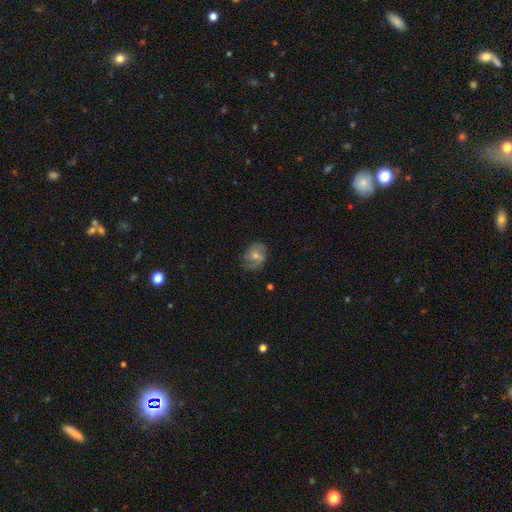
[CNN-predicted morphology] This is possibly a featured or disk galaxy (53%). It is clearly not viewed edge-on (96%). Bar: possibly no (50%). Spiral arm pattern: likely yes (79%). Central bulge: possibly moderate (47%, tied with small). Merging: likely none (76%).